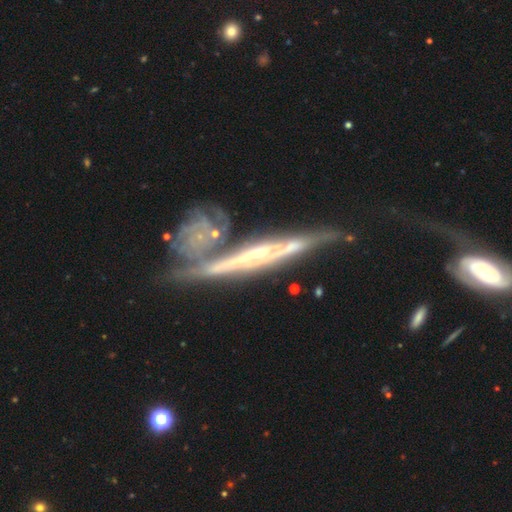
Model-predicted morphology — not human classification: Smooth or featured: featured or disk — 84% (smooth — 10%)
Edge-on disk: yes — 85% (no — 15%)
Edge-on bulge: rounded — 51% (none — 37%)
Merging: none — 43% (merger — 31%)